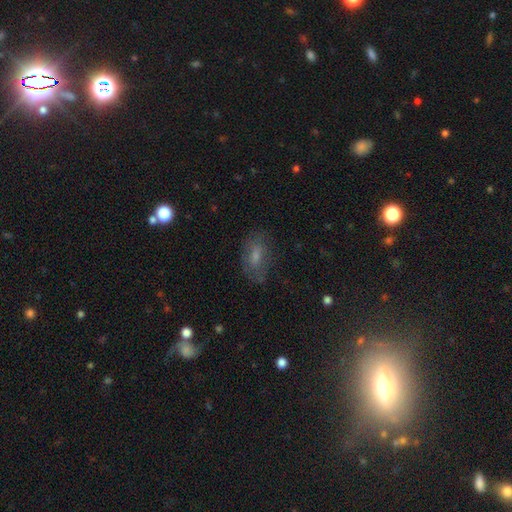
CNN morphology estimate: Smooth or featured: smooth — 45% (featured or disk — 31%)
Merging: none — 71% (minor disturbance — 18%)